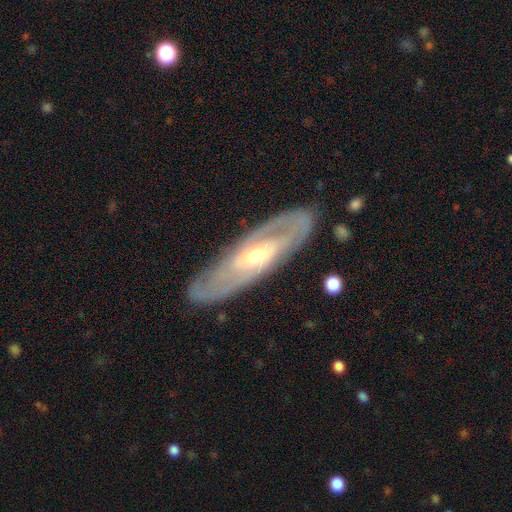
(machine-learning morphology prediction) This appears to be a featured or disk galaxy (76%) with no bar (51%), spiral arms (67%) and a moderate central bulge (56%). Merging: none (84%).